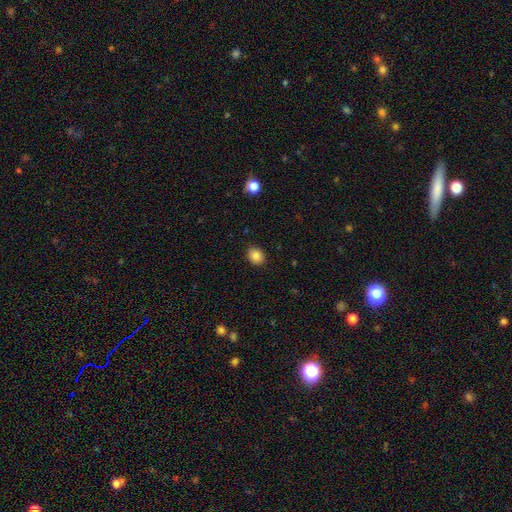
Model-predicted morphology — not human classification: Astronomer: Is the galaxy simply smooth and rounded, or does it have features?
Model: smooth — 84%.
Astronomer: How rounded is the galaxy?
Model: round — 55% (runner-up: in between, 44%).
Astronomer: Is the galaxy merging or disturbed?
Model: none — 89%.